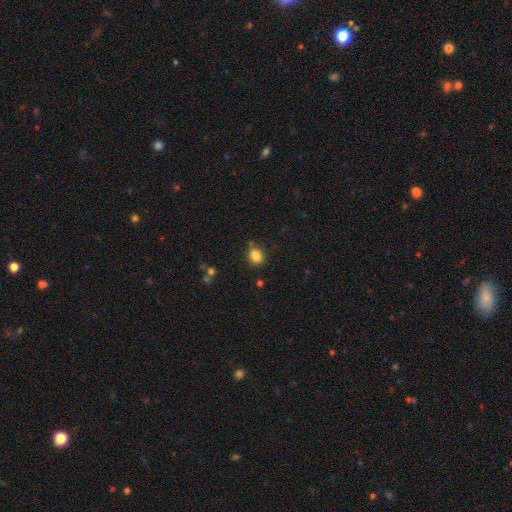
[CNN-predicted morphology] A smooth galaxy with no disk features (85%) that is round (51%).

Vote fractions:
- Smooth or featured? smooth: 85% / star or artifact: 10% / featured or disk: 5%
- How rounded? round: 51% / in between: 48% / cigar-shaped: 1%
- Merging? none: 78% / minor disturbance: 13% / merger: 5% / major disturbance: 3%